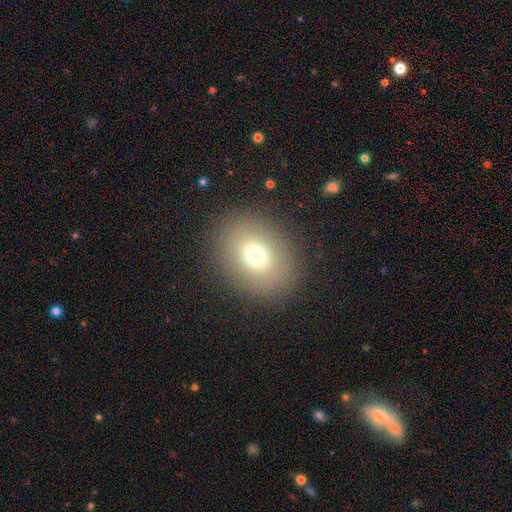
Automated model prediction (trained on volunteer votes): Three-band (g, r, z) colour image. It shows a smooth galaxy with no disk features (73%) that is in between round and cigar-shaped (54%). Merging: none (87%).